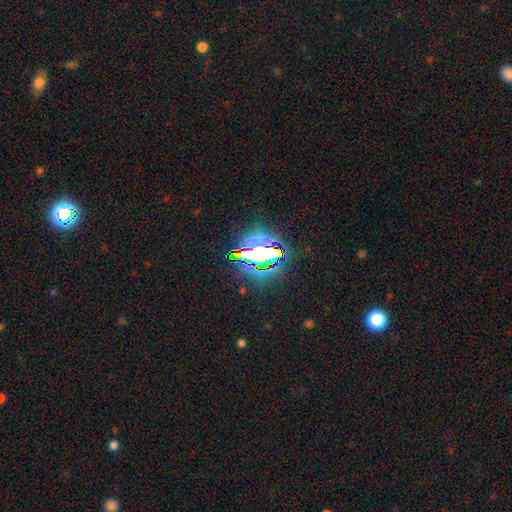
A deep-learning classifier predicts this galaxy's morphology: type=star or artifact (73%).